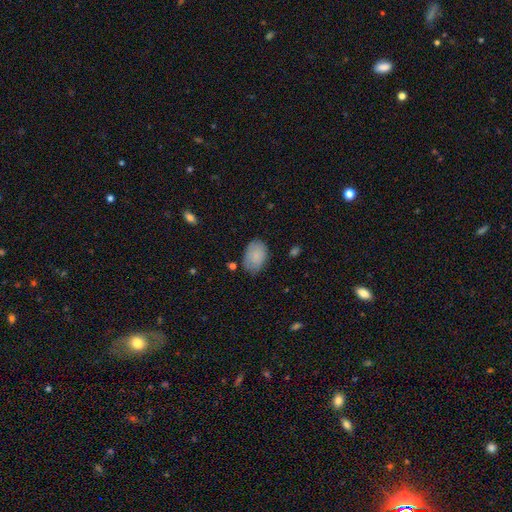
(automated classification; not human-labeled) A smooth galaxy with no disk features (85%) that is in between round and cigar-shaped (87%). Merging: none (73%).